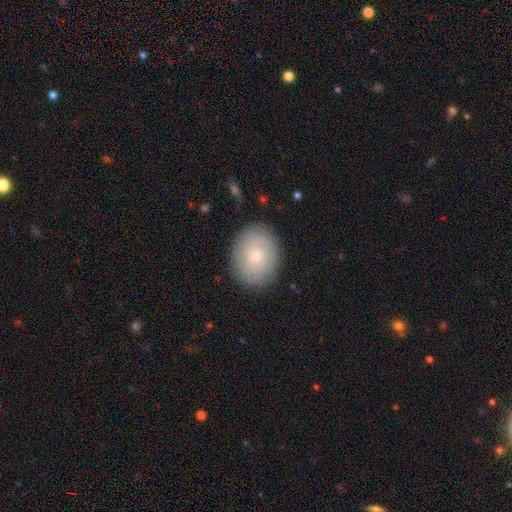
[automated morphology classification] The model was most divided on "smooth or featured": smooth: 50%, featured or disk: 42%, star or artifact: 8%. More confident: merging — none (86%).